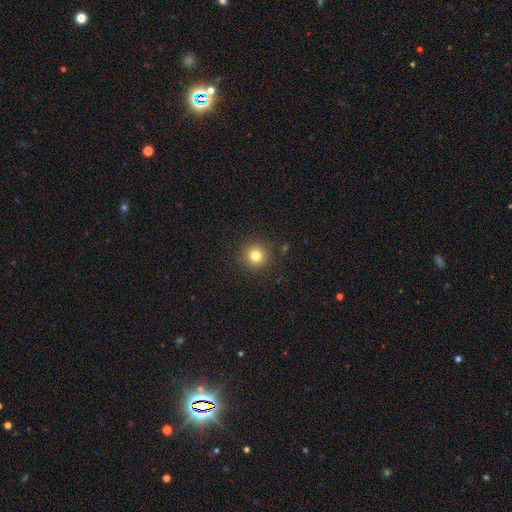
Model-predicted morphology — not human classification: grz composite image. It shows a smooth galaxy with no disk features (80%) that is round (95%). Merging: none (91%).